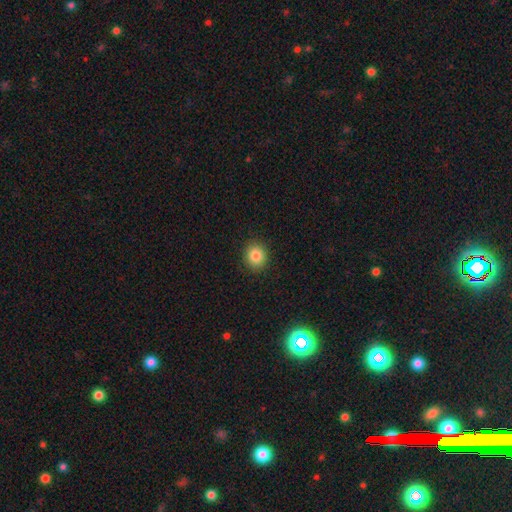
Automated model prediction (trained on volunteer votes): A smooth galaxy with no disk features (85%) that is round (82%).

Vote fractions:
- Smooth or featured? smooth: 85% / star or artifact: 10% / featured or disk: 5%
- How rounded? round: 82% / in between: 18% / cigar-shaped: 1%
- Merging? none: 91% / minor disturbance: 6% / major disturbance: 2% / merger: 1%